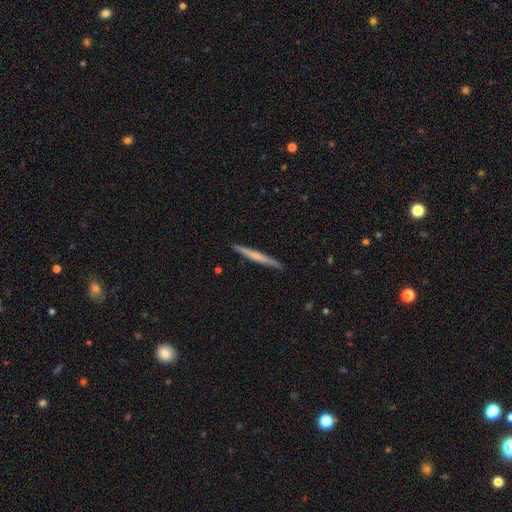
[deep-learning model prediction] featured or disk 50%, smooth 45%, star or artifact 5%. Down the decision tree: merging — none (91%).